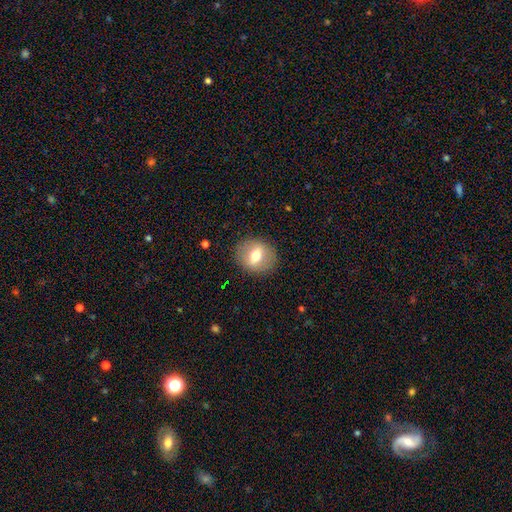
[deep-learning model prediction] Smooth or featured?
  - smooth: 59% *
  - featured or disk: 32%
  - star or artifact: 9%
How rounded?
  - round: 63% *
  - in between: 35%
  - cigar-shaped: 1%
Merging?
  - none: 87% *
  - minor disturbance: 9%
  - major disturbance: 3%
  - merger: 1%